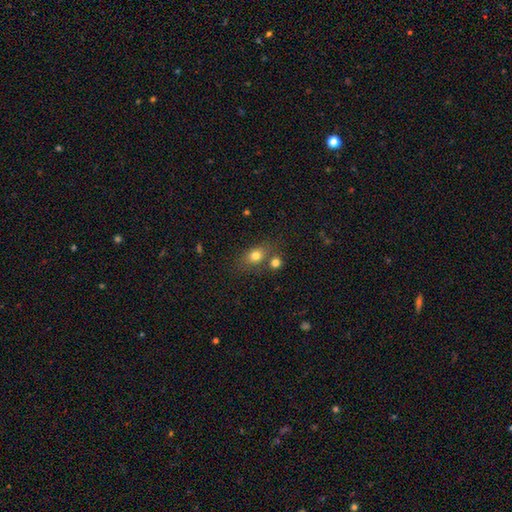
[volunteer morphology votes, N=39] Volunteers were most divided on "how rounded": in between: 50%, round: 43%, cigar-shaped: 7%. More confident: smooth or featured — smooth (77%); merging — none (74%).